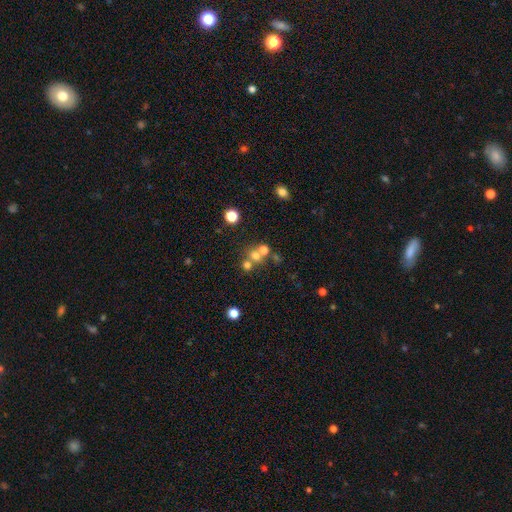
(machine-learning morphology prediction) A smooth galaxy with no disk features (64%) that is round (82%). Merging: none (47%).